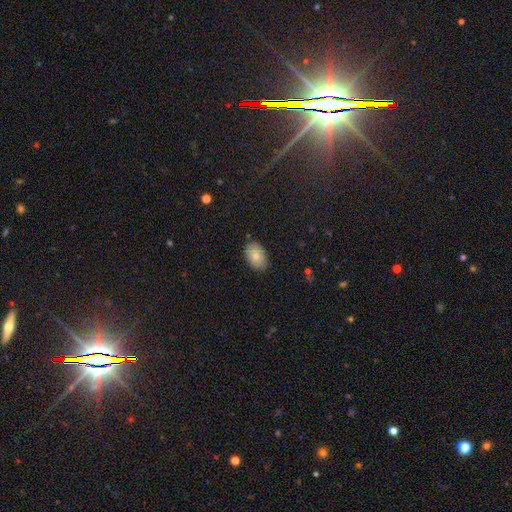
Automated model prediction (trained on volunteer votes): smooth 83%, featured or disk 10%, star or artifact 8%. Down the decision tree: how rounded — in between (89%); merging — none (87%).